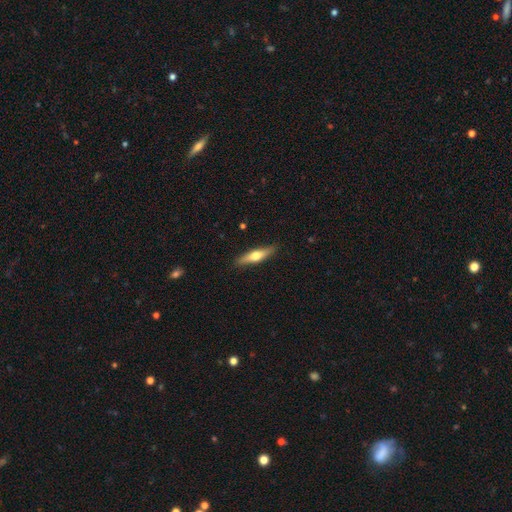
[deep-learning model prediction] smooth-or-featured: featured or disk: 48% | smooth: 46% | star or artifact: 5%
  merging: none: 89% | minor disturbance: 9% | major disturbance: 2% | merger: 1%